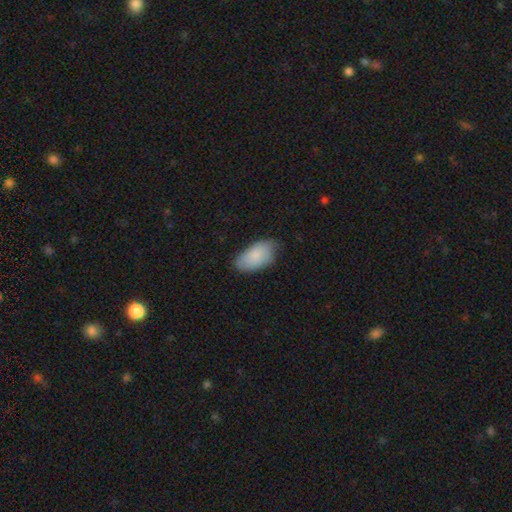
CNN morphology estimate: smooth_or_featured: smooth (p=0.82) [alt: featured or disk p=0.12]
how_rounded: in between (p=0.95) [alt: round p=0.03]
merging: none (p=0.68) [alt: minor disturbance p=0.26]